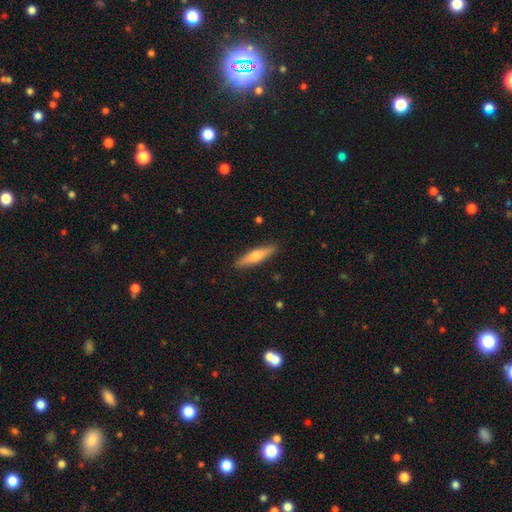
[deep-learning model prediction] Smooth or featured? smooth (58%)
How rounded? cigar-shaped (78%)
Merging? none (90%)